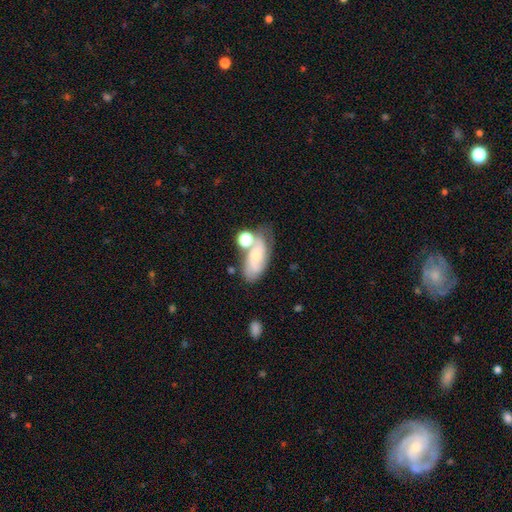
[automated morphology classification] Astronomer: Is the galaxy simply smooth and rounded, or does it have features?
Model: featured or disk — 47% (runner-up: smooth, 43%).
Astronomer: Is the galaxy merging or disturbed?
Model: none — 45% (runner-up: merger, 23%).